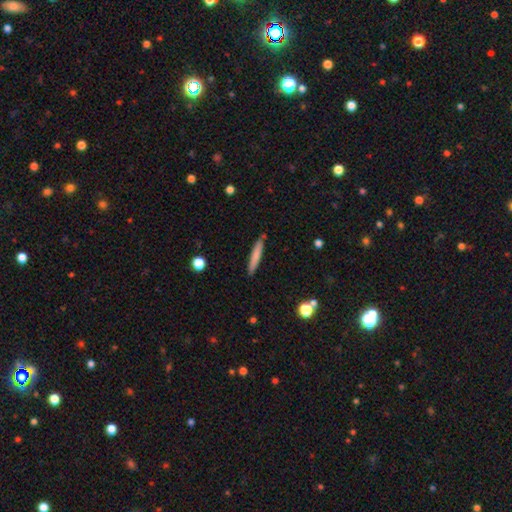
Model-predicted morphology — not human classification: Smooth or featured? smooth (73%)
How rounded? cigar-shaped (94%)
Merging? none (86%)